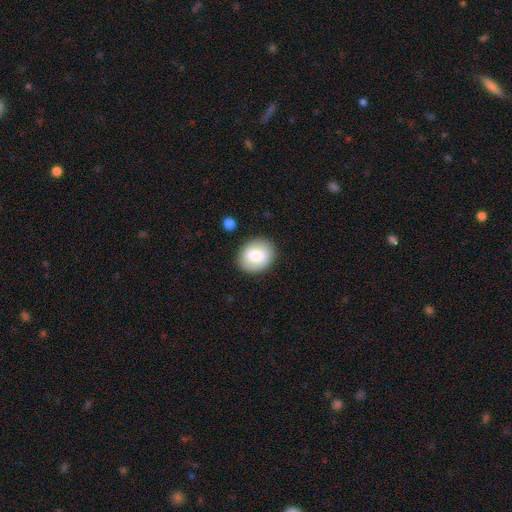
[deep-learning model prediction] smooth 75%, featured or disk 18%, star or artifact 7%. Down the decision tree: how rounded — round (55%); merging — none (87%).